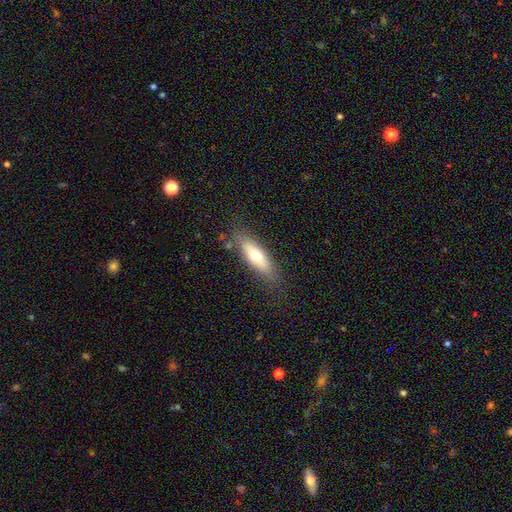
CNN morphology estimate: Overall: smooth (62%; featured or disk 32%). How rounded: in between (51%; cigar-shaped 47%). Merging: none (80%).